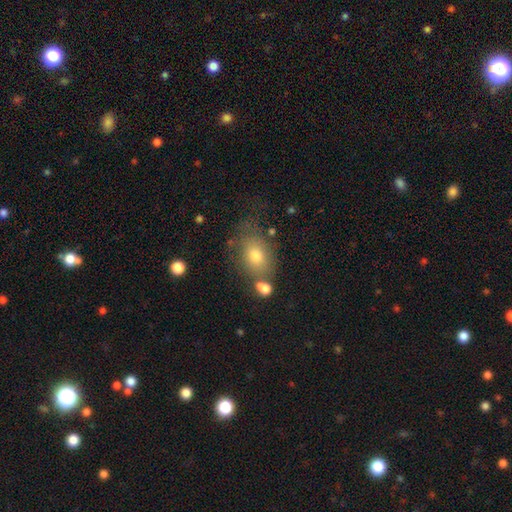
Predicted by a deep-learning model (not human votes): smooth 73%, featured or disk 16%, star or artifact 11%. Down the decision tree: how rounded — in between (68%); merging — none (56%).